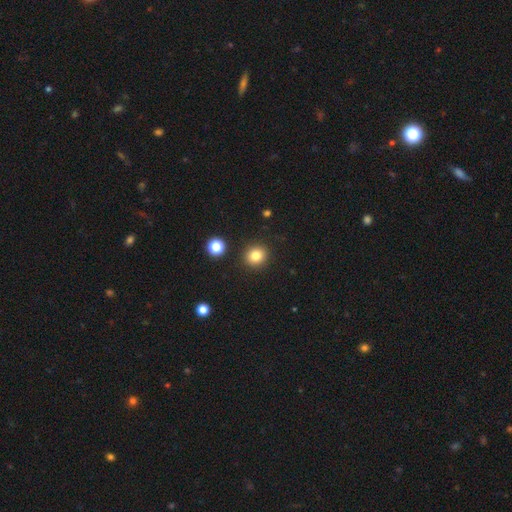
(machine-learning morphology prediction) smooth-or-featured: smooth: 82% | star or artifact: 12% | featured or disk: 6%
  how-rounded: round: 87% | in between: 12% | cigar-shaped: 1%
  merging: none: 90% | minor disturbance: 6% | major disturbance: 2% | merger: 2%